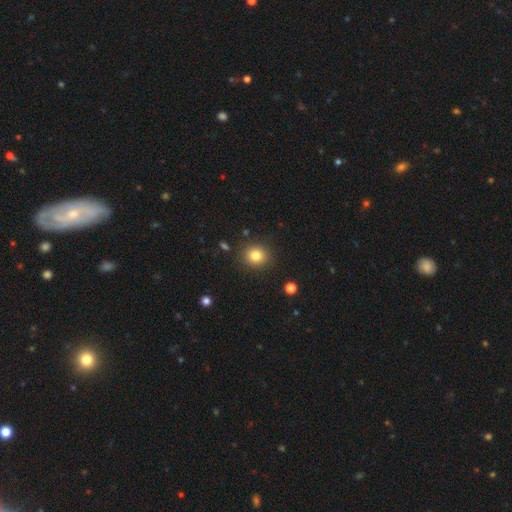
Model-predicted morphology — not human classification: A smooth galaxy with no disk features (82%) that is round (84%).

Vote fractions:
- Smooth or featured? smooth: 82% / star or artifact: 11% / featured or disk: 6%
- How rounded? round: 84% / in between: 15% / cigar-shaped: 1%
- Merging? none: 89% / minor disturbance: 7% / major disturbance: 2% / merger: 2%